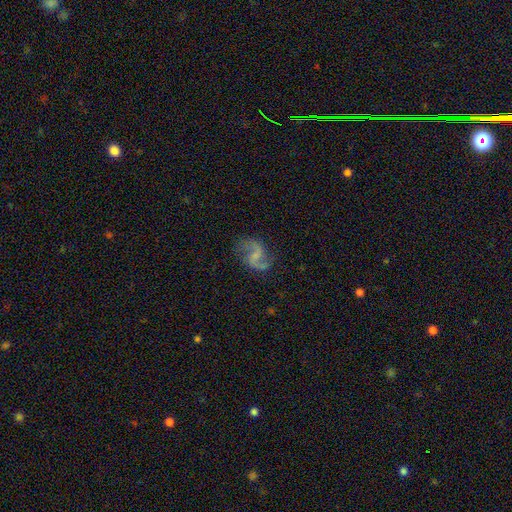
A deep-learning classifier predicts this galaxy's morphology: Overall: featured or disk (87%). Edge-on disk: no (98%). Bar: weak (52%; no 34%). Spiral arms: yes (97%). Spiral arm count: 2 (93%). Spiral winding: loose (60%; medium 35%). Bulge size: none (48%; small 36%). Merging: none (76%).